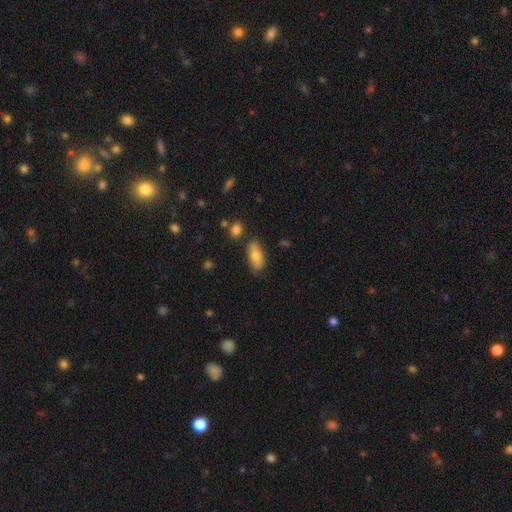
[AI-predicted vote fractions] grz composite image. It shows a smooth galaxy with no disk features (74%) that is in between round and cigar-shaped (82%). Merging: none (80%).